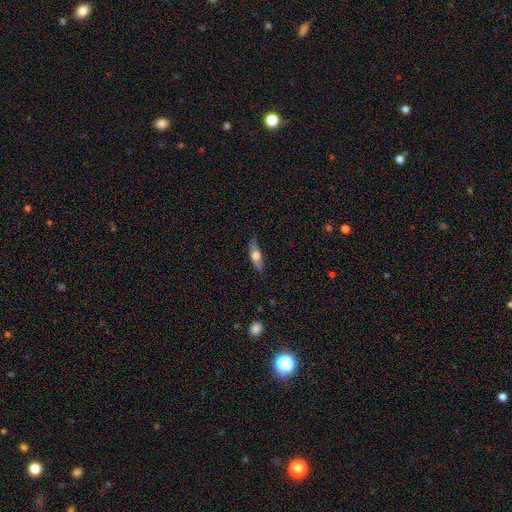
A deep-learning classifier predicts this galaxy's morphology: This appears to be a smooth galaxy with no disk features (54%) that is cigar-shaped (50%). Merging: none (81%).